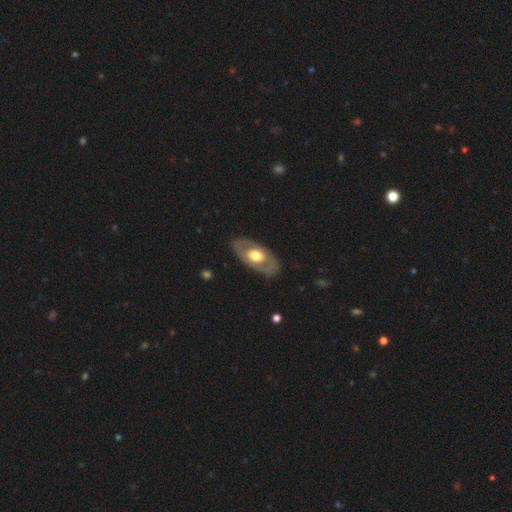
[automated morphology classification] A featured or disk galaxy (57%). Merging: none (83%).